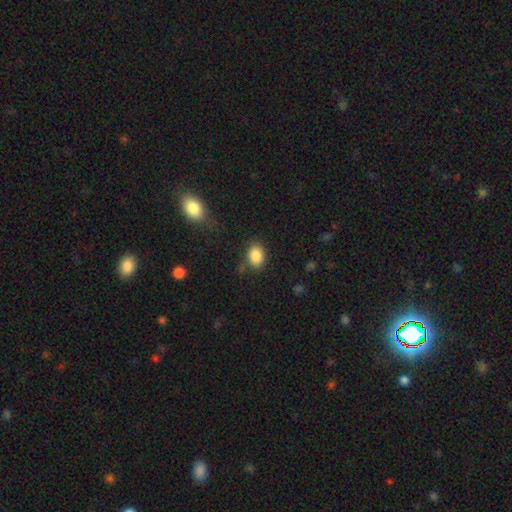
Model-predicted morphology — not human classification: Smooth or featured: smooth — 87% (star or artifact — 9%)
How rounded: in between — 79% (round — 20%)
Merging: none — 80% (minor disturbance — 14%)